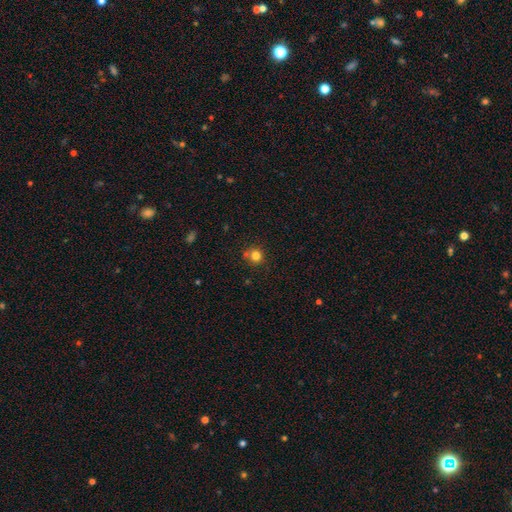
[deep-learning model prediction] smooth-or-featured: smooth: 81% | star or artifact: 13% | featured or disk: 6%
  how-rounded: round: 90% | in between: 9% | cigar-shaped: 1%
  merging: none: 74% | minor disturbance: 12% | merger: 11% | major disturbance: 3%